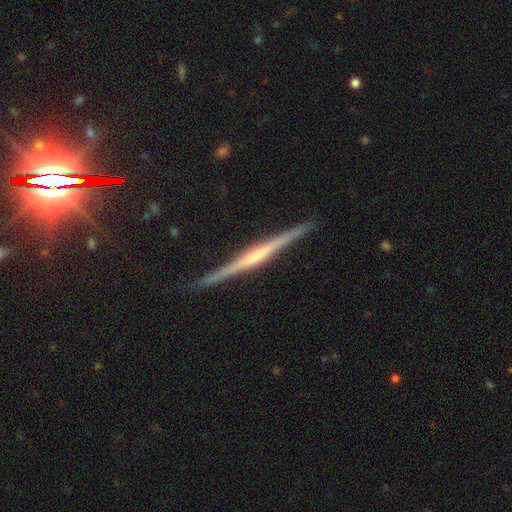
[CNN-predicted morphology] type=featured or disk (79%); edge-on=yes (98%); edge-on bulge=rounded (39%); merging=none (89%).